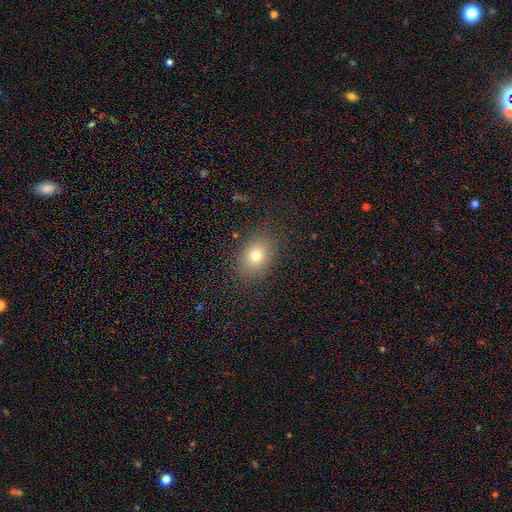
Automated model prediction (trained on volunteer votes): This is likely a smooth galaxy (75%). How rounded: likely in between (65%). Merging: clearly none (85%).